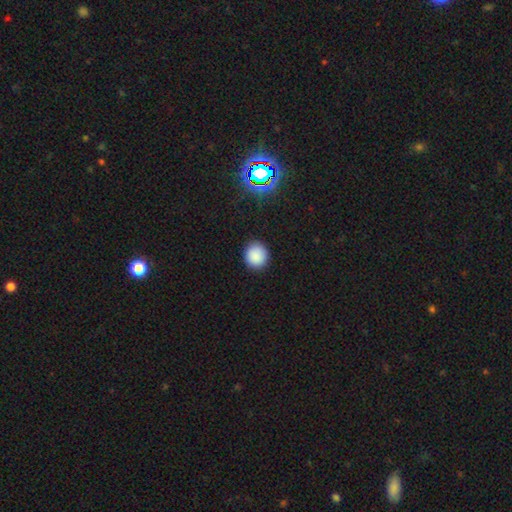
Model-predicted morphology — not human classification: Smooth or featured: smooth — 86% (star or artifact — 10%)
How rounded: round — 89% (in between — 10%)
Merging: none — 90% (minor disturbance — 7%)